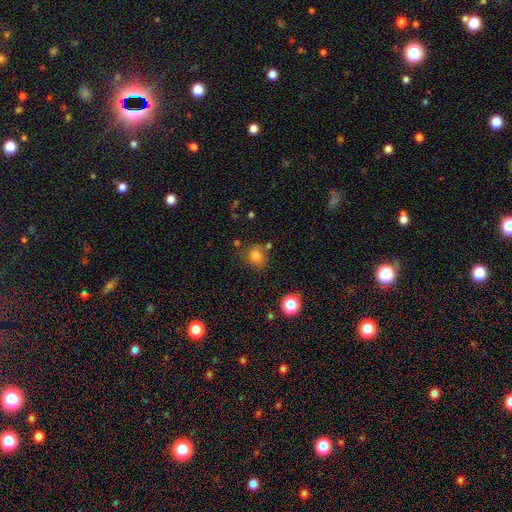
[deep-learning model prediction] This is clearly a smooth galaxy (80%). How rounded: likely round (77%). Merging: likely none (72%).